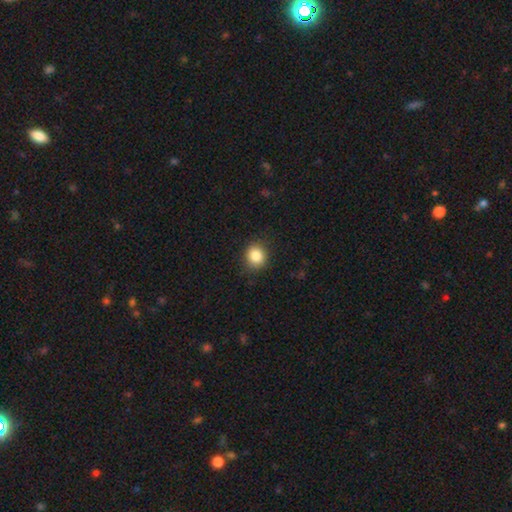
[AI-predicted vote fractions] Q: Smooth or featured?
A: smooth (86%); runner-up: star or artifact (10%)
Q: How rounded?
A: round (77%); runner-up: in between (22%)
Q: Merging?
A: none (86%); runner-up: minor disturbance (10%)